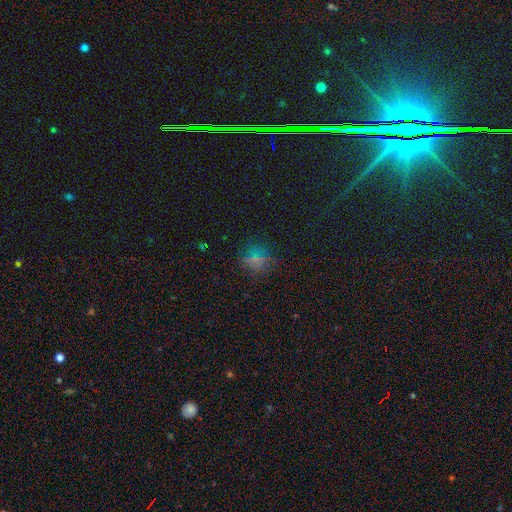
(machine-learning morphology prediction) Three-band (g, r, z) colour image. It shows a smooth galaxy with no disk features (54%) that is round (79%). Merging: none (84%).